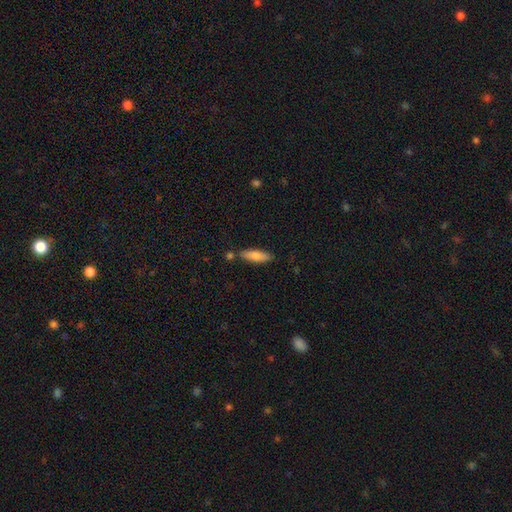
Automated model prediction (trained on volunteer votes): This is likely a smooth galaxy (78%). How rounded: possibly cigar-shaped (54%). Merging: likely none (78%).